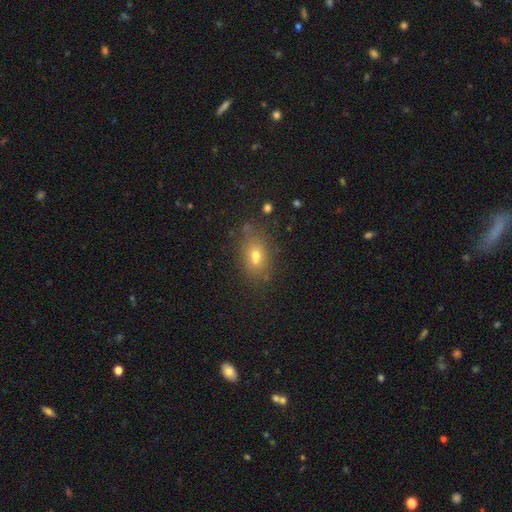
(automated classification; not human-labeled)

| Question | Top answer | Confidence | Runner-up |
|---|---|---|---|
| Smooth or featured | smooth | 67% | featured or disk (17%) |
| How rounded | in between | 74% | round (22%) |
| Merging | none | 68% | minor disturbance (15%) |